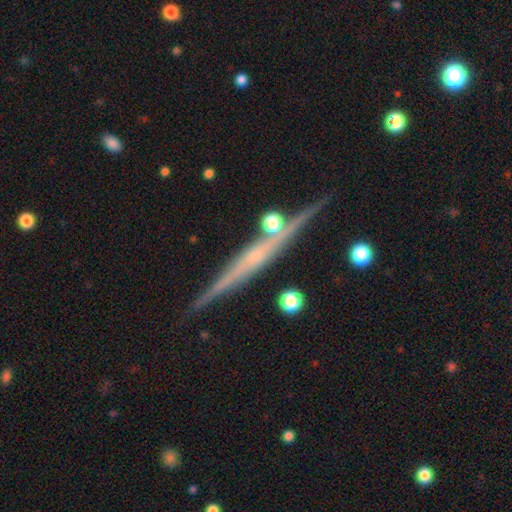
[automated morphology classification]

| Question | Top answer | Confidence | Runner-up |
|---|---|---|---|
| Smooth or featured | featured or disk | 72% | smooth (20%) |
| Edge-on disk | yes | 97% | no (3%) |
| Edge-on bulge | none | 56% | rounded (33%) |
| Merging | none | 86% | minor disturbance (9%) |